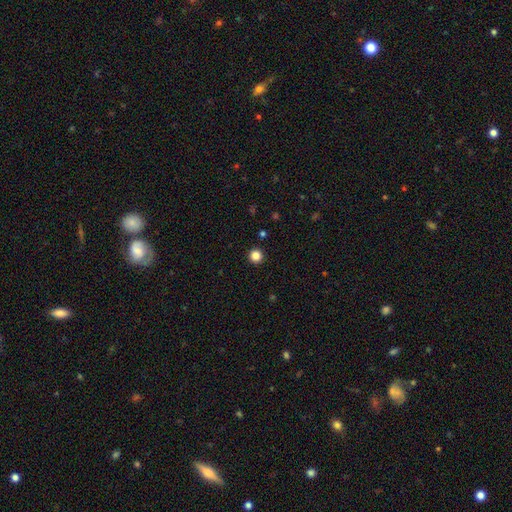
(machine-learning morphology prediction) Smooth or featured? smooth (85%)
How rounded? round (96%)
Merging? none (93%)